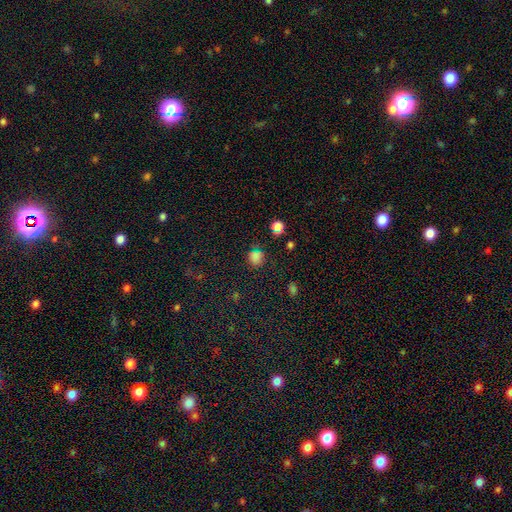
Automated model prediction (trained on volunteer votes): smooth 71%, star or artifact 24%, featured or disk 5%. Down the decision tree: how rounded — round (80%); merging — none (77%).